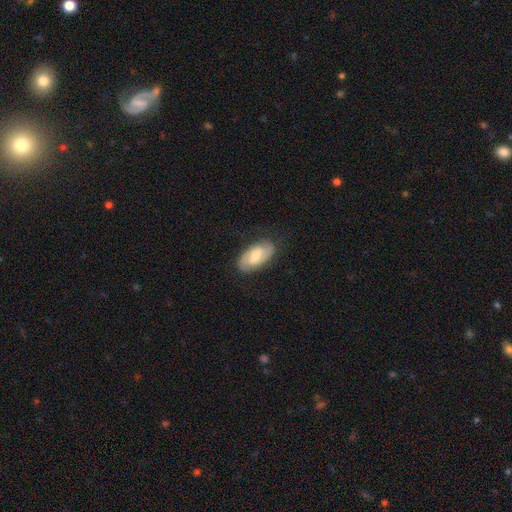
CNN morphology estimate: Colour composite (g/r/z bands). It shows a featured or disk galaxy (53%). Merging: none (79%).